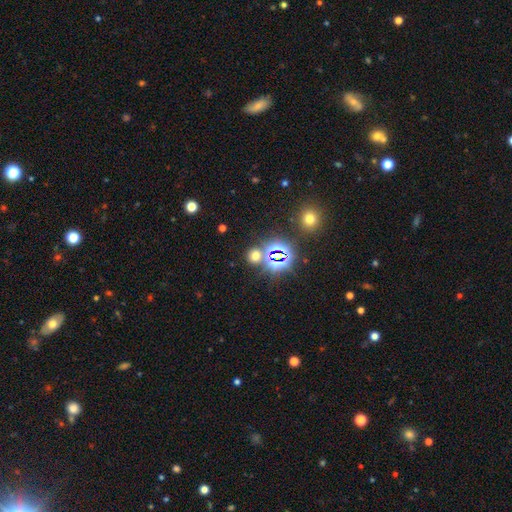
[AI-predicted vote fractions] This is possibly a smooth galaxy (50%). How rounded: likely round (80%). Merging: likely none (76%).